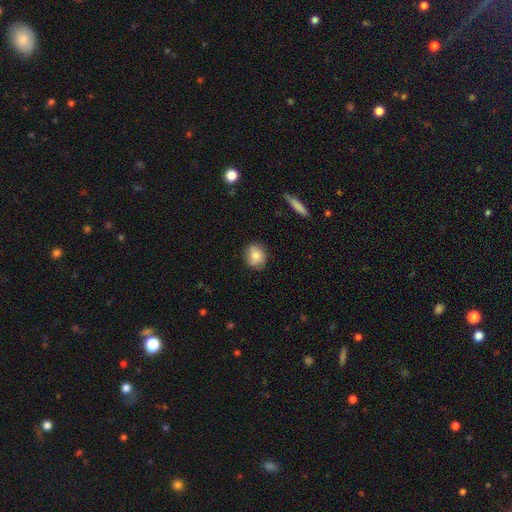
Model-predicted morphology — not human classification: Smooth or featured?
  - smooth: 79% *
  - featured or disk: 13%
  - star or artifact: 7%
How rounded?
  - round: 61% *
  - in between: 38%
  - cigar-shaped: 1%
Merging?
  - none: 81% *
  - minor disturbance: 15%
  - major disturbance: 3%
  - merger: 1%